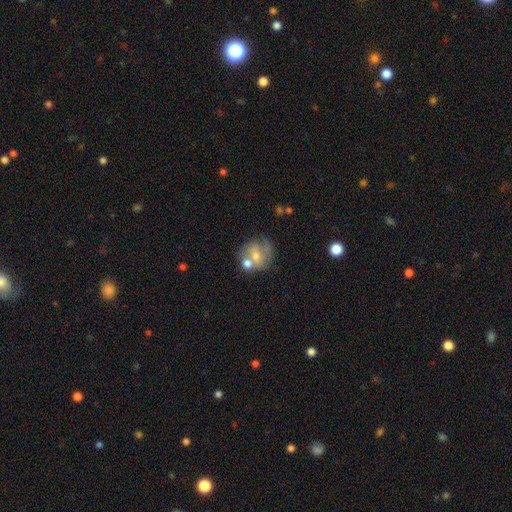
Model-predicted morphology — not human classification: Q: Smooth or featured?
A: featured or disk (46%); runner-up: smooth (45%)
Q: Merging?
A: none (37%); runner-up: merger (33%)